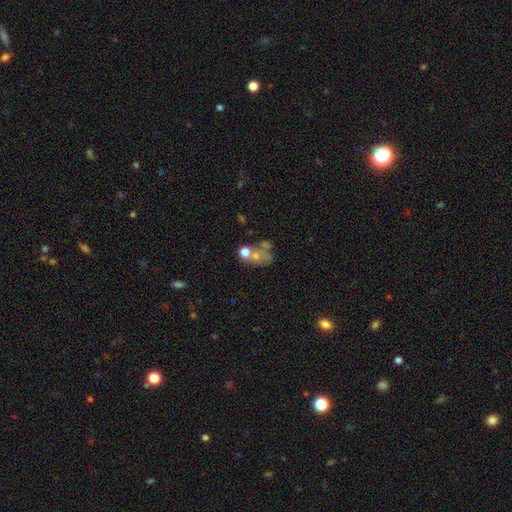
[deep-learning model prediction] Overall: smooth (46%; featured or disk 33%). Merging: merger (38%; none 31%).